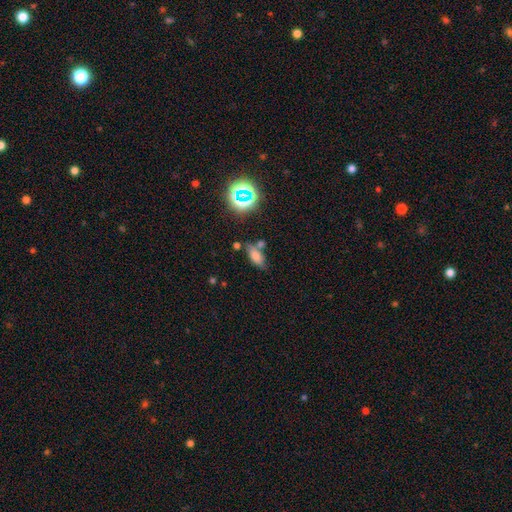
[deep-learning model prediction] smooth_or_featured: smooth (p=0.69) [alt: star or artifact p=0.18]
how_rounded: in between (p=0.77) [alt: cigar-shaped p=0.17]
merging: none (p=0.60) [alt: merger p=0.18]